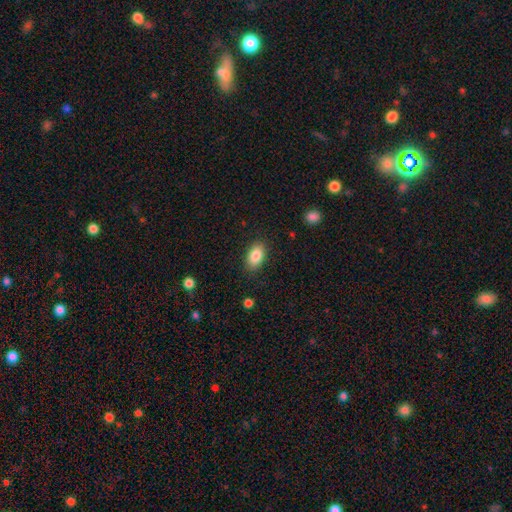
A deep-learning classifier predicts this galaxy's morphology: This appears to be a smooth galaxy with no disk features (86%) that is in between round and cigar-shaped (92%). Merging: none (87%).